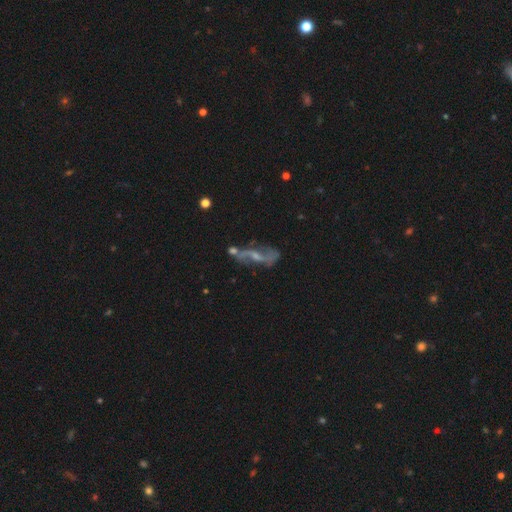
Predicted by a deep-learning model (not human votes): smooth_or_featured: featured or disk (p=0.78) [alt: smooth p=0.13]
disk_edge_on: no (p=0.89) [alt: yes p=0.11]
bar: weak (p=0.45) [alt: no p=0.37]
has_spiral_arms: yes (p=0.85) [alt: no p=0.15]
spiral_winding: loose (p=0.67) [alt: medium p=0.25]
spiral_arm_count: 2 (p=0.85) [alt: can't tell p=0.07]
bulge_size: small (p=0.51) [alt: moderate p=0.30]
merging: none (p=0.49) [alt: minor disturbance p=0.20]